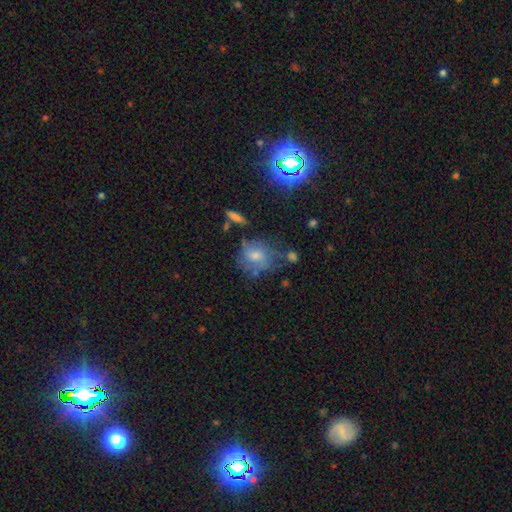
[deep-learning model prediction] A smooth galaxy with no disk features (38%).

Vote fractions:
- Smooth or featured? smooth: 38% / featured or disk: 37% / star or artifact: 24%
- Merging? none: 56% / minor disturbance: 23% / major disturbance: 14% / merger: 8%